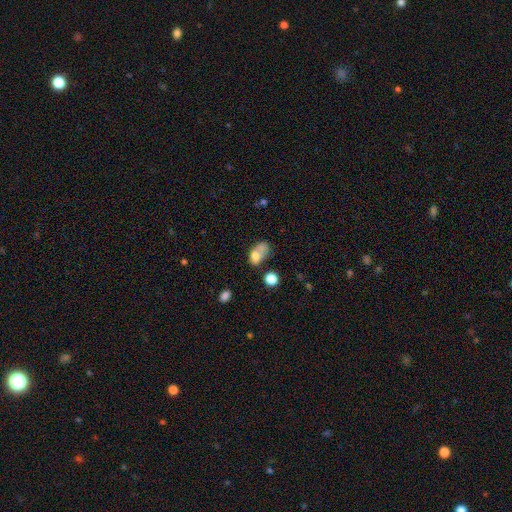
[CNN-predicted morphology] A smooth galaxy with no disk features (68%) that is in between round and cigar-shaped (77%). Merging: merger (35%).